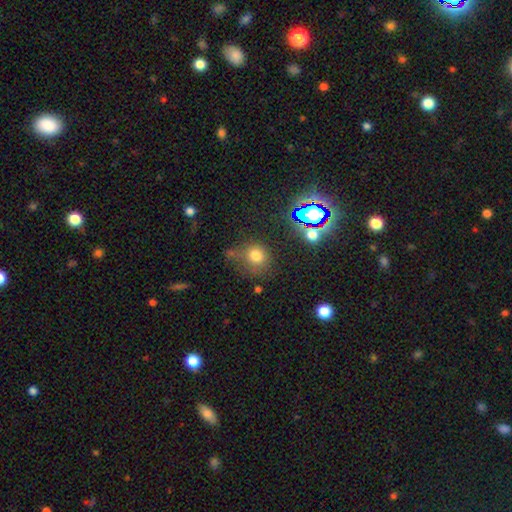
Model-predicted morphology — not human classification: A smooth galaxy with no disk features (73%) that is round (83%). Merging: none (57%).